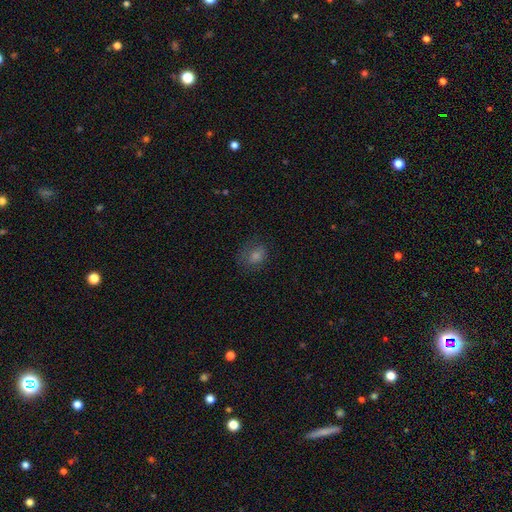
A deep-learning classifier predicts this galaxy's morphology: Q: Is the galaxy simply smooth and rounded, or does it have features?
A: smooth — 63%.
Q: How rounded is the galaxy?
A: round — 52%.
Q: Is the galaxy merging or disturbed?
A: none — 69%.